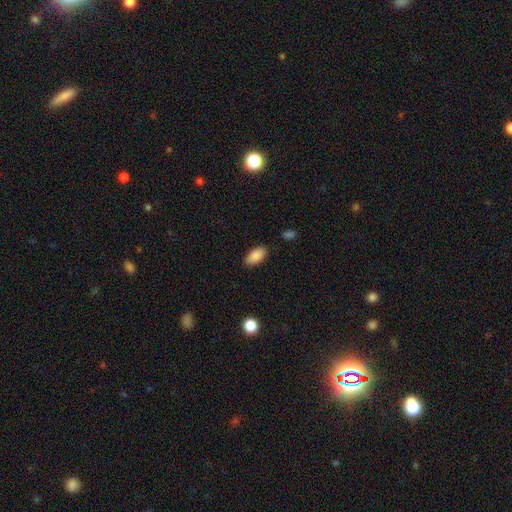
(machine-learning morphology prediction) The model was most divided on "merging": none: 86%, minor disturbance: 10%, major disturbance: 2%, merger: 2%. More confident: how rounded — in between (94%); smooth or featured — smooth (88%).